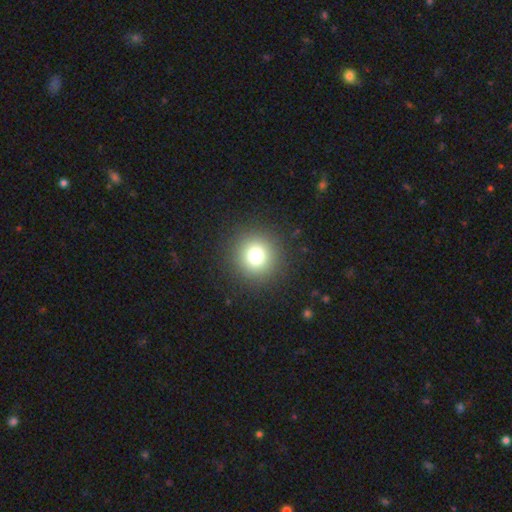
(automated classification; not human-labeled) The model was most divided on "smooth or featured": smooth: 78%, star or artifact: 14%, featured or disk: 8%. More confident: how rounded — round (94%); merging — none (91%).